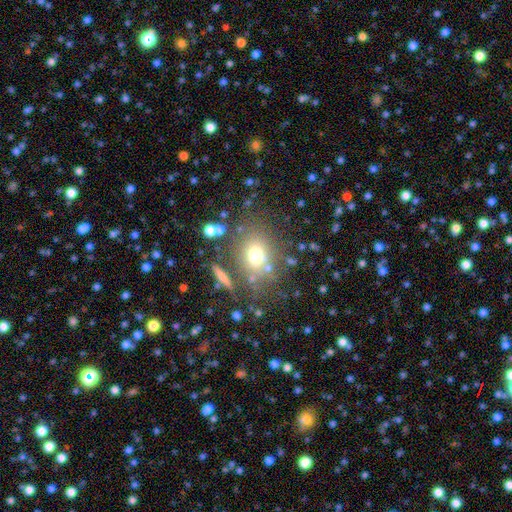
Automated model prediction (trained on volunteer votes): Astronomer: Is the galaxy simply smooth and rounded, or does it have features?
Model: smooth — 66%.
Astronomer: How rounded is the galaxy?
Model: round — 60% (runner-up: in between, 38%).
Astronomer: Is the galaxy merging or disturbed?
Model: none — 69%.